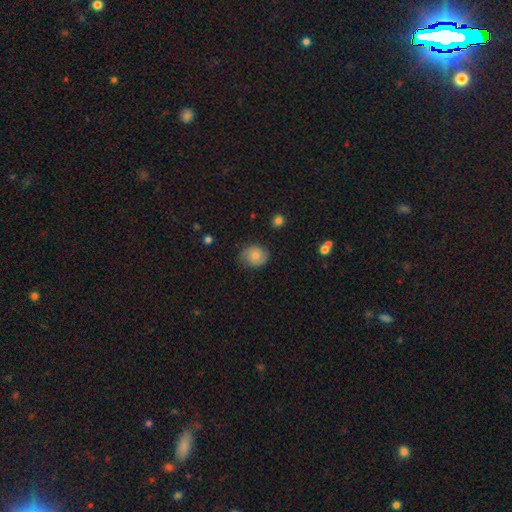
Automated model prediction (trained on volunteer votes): Smooth or featured? smooth (73%)
How rounded? round (68%)
Merging? none (76%)